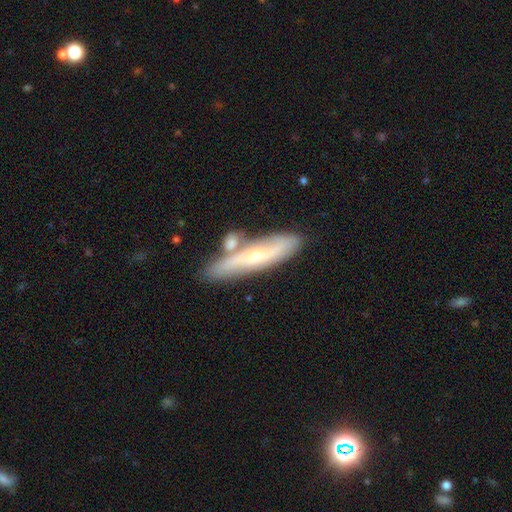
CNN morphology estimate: Smooth or featured? featured or disk (58%)
Edge-on disk? yes (57%)
Merging? none (61%)